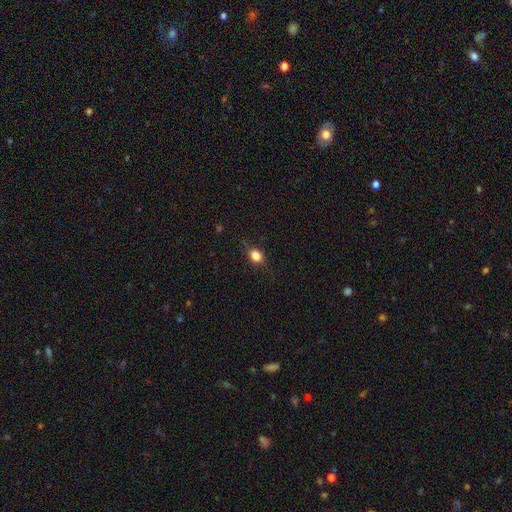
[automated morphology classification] smooth-or-featured: smooth: 83% | star or artifact: 11% | featured or disk: 6%
  how-rounded: round: 61% | in between: 38% | cigar-shaped: 2%
  merging: none: 77% | minor disturbance: 17% | major disturbance: 4% | merger: 1%